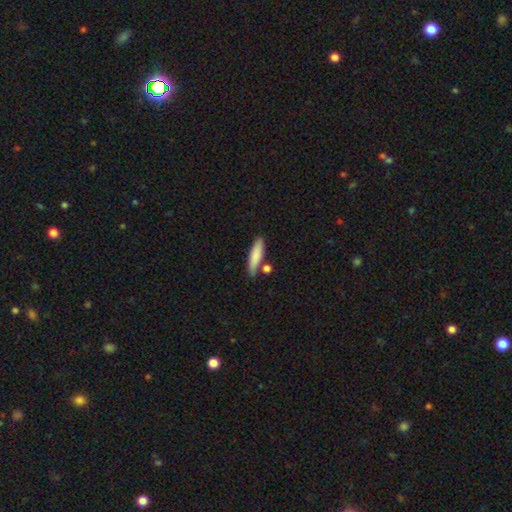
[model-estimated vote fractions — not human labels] Q: Smooth or featured?
A: smooth (83%); runner-up: featured or disk (11%)
Q: How rounded?
A: cigar-shaped (67%); runner-up: in between (31%)
Q: Merging?
A: none (73%); runner-up: minor disturbance (13%)